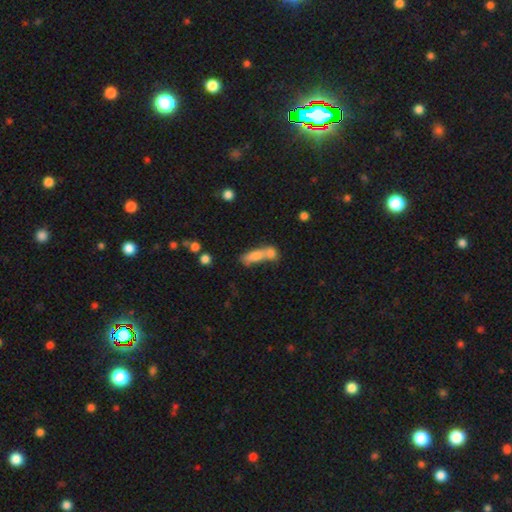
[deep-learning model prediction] smooth 74%, featured or disk 17%, star or artifact 9%. Down the decision tree: how rounded — in between (51%); merging — merger (59%).